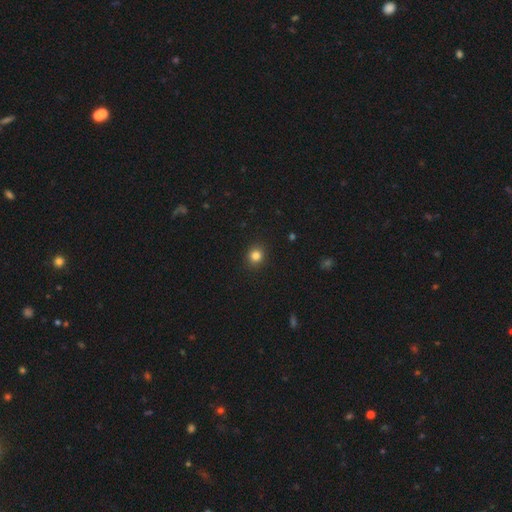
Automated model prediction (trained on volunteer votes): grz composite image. It shows a smooth galaxy with no disk features (83%) that is round (84%). Merging: none (91%).